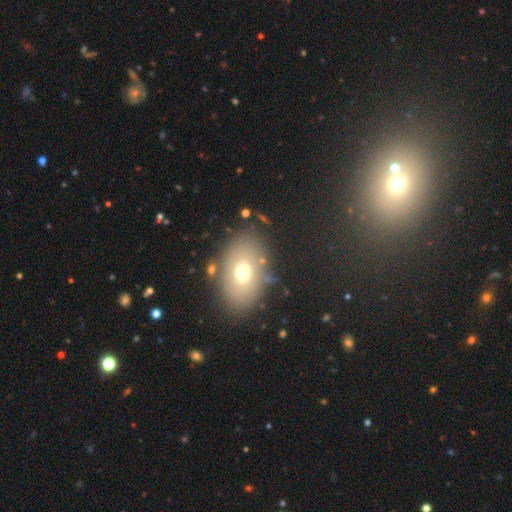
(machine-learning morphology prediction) Q: Smooth or featured?
A: smooth (58%); runner-up: featured or disk (24%)
Q: How rounded?
A: in between (82%); runner-up: round (17%)
Q: Merging?
A: none (83%); runner-up: minor disturbance (10%)